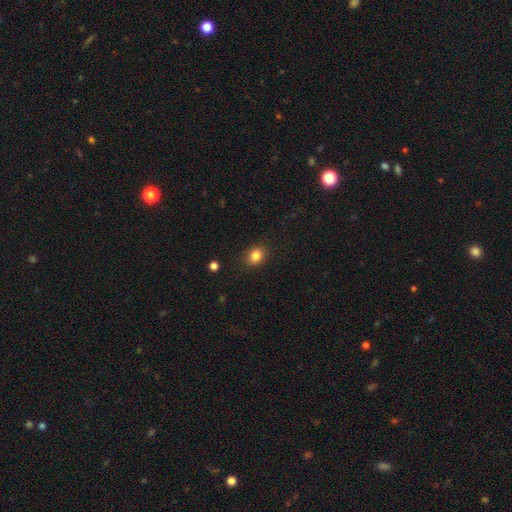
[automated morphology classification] smooth 83%, star or artifact 11%, featured or disk 6%. Down the decision tree: how rounded — round (52%); merging — none (87%).